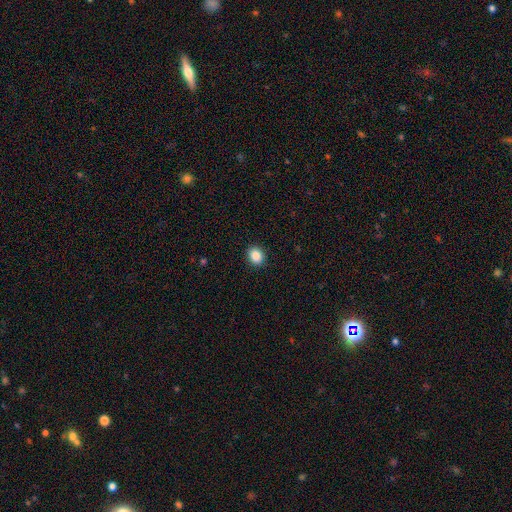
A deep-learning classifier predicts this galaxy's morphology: This is clearly a smooth galaxy (87%). How rounded: likely round (60%). Merging: clearly none (91%).